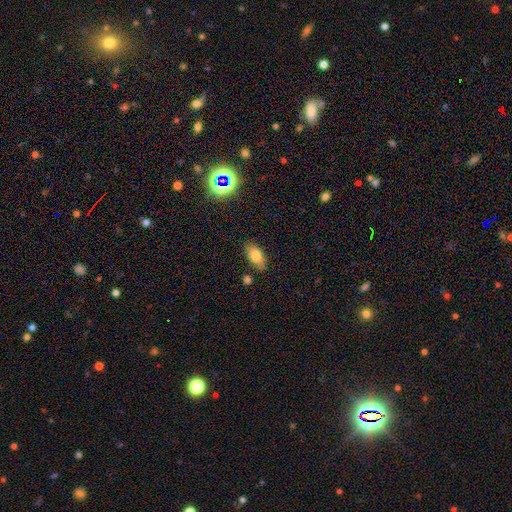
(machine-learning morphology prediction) smooth_or_featured: smooth (p=0.79) [alt: featured or disk p=0.12]
how_rounded: in between (p=0.90) [alt: cigar-shaped p=0.06]
merging: none (p=0.81) [alt: minor disturbance p=0.13]